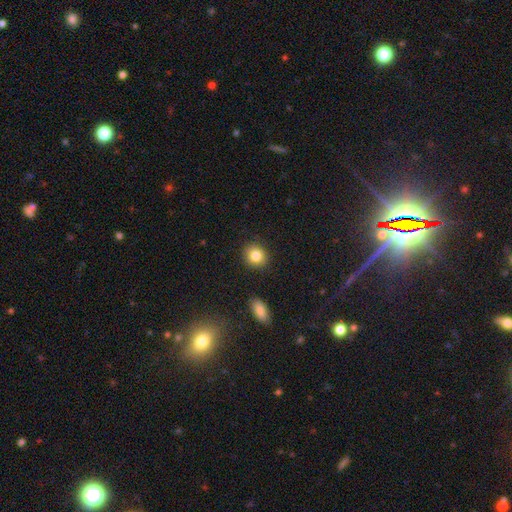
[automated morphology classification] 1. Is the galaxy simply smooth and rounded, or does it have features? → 85% smooth, 9% star or artifact, 7% featured or disk.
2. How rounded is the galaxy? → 78% round, 21% in between, 1% cigar-shaped.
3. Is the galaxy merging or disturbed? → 88% none, 8% minor disturbance, 2% major disturbance, 2% merger.